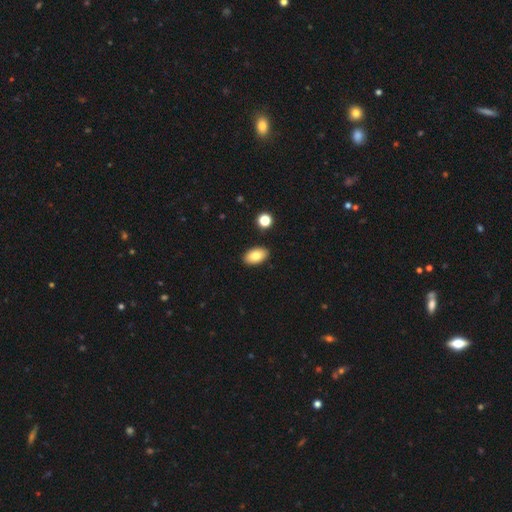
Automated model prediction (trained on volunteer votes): A smooth galaxy with no disk features (83%) that is in between round and cigar-shaped (94%).

Vote fractions:
- Smooth or featured? smooth: 83% / featured or disk: 9% / star or artifact: 8%
- How rounded? in between: 94% / round: 5% / cigar-shaped: 2%
- Merging? none: 88% / minor disturbance: 8% / merger: 2% / major disturbance: 2%